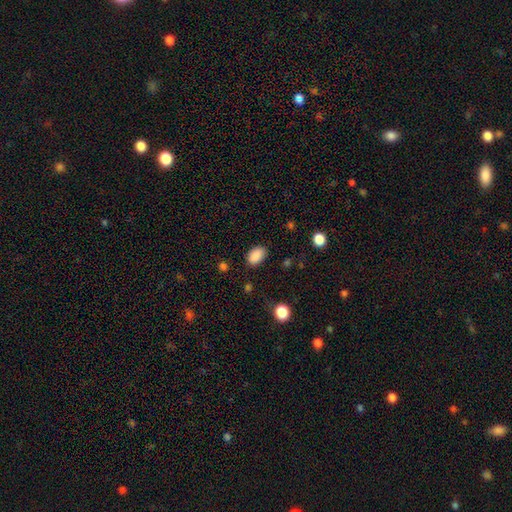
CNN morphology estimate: smooth 89%, star or artifact 8%, featured or disk 3%. Down the decision tree: how rounded — in between (89%); merging — none (84%).